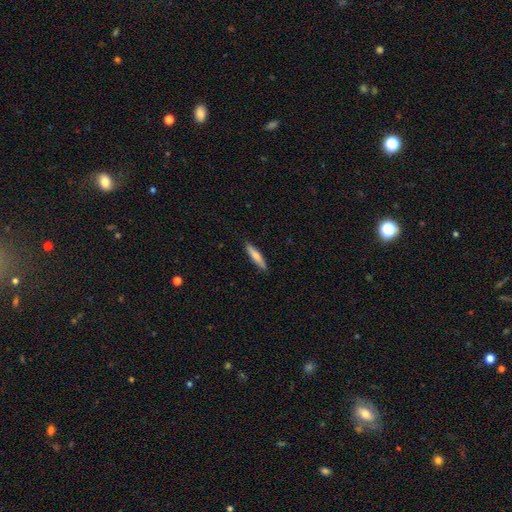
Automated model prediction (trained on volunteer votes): Smooth or featured?
  - smooth: 73% *
  - featured or disk: 22%
  - star or artifact: 6%
How rounded?
  - cigar-shaped: 88% *
  - in between: 11%
  - round: 1%
Merging?
  - none: 89% *
  - minor disturbance: 8%
  - major disturbance: 2%
  - merger: 1%